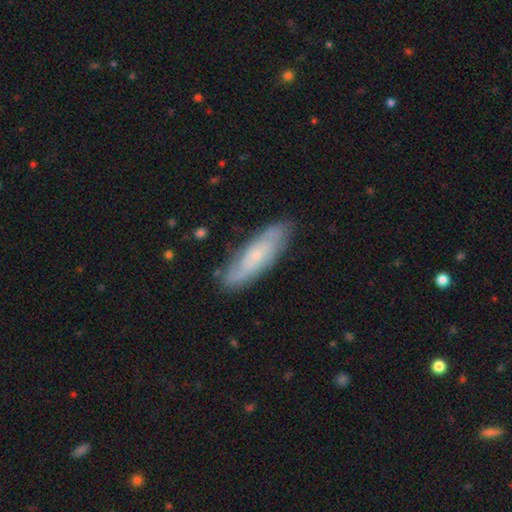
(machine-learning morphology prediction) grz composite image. It shows a featured or disk galaxy (57%). Merging: none (79%).